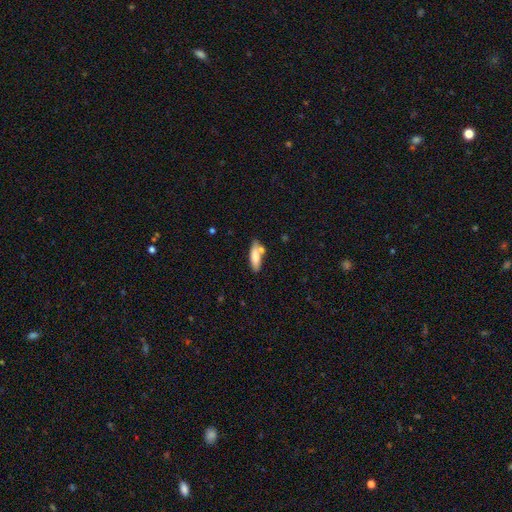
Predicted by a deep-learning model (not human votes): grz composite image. It shows a smooth galaxy with no disk features (78%) that is cigar-shaped (50%). Merging: none (63%).